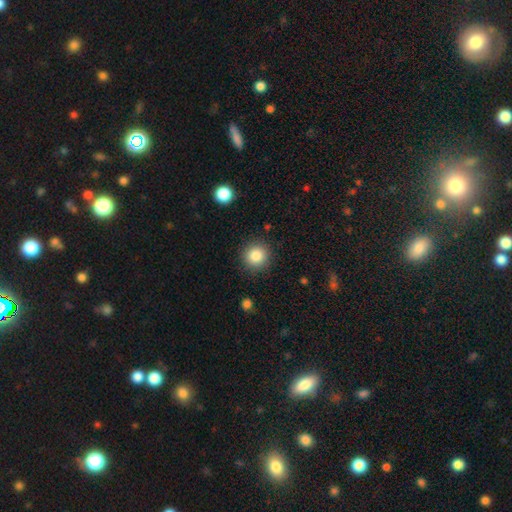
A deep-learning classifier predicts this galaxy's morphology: A smooth galaxy with no disk features (84%) that is round (93%). Merging: none (89%).